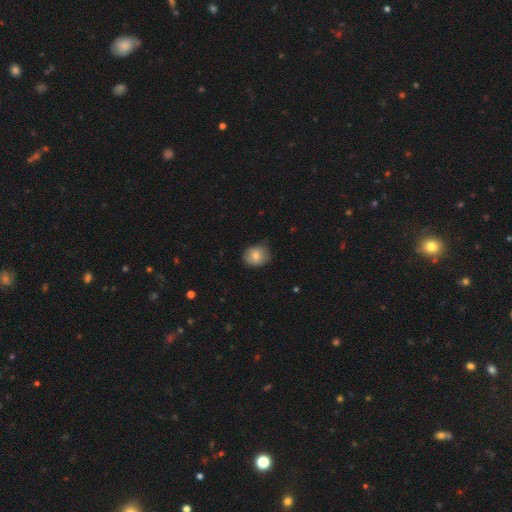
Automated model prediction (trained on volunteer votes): Morphology: type=smooth (77%); roundness=round (67%); merging=none (72%).